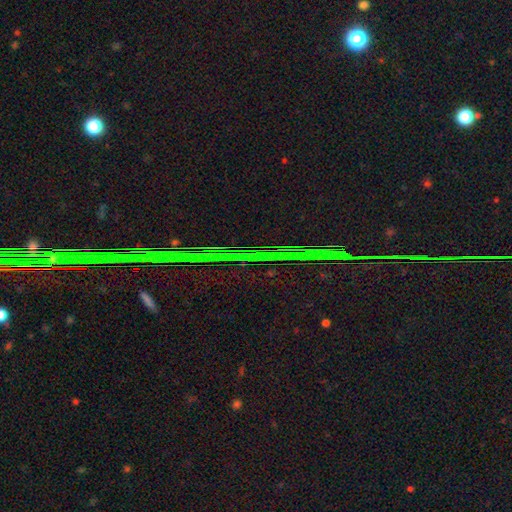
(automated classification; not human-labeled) smooth_or_featured: star or artifact (p=0.86) [alt: featured or disk p=0.08]